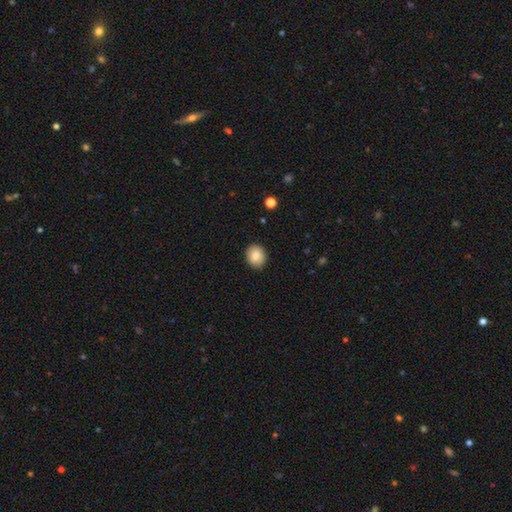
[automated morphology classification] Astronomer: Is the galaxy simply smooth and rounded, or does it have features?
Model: smooth — 85%.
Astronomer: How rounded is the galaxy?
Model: round — 60% (runner-up: in between, 39%).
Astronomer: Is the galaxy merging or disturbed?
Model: none — 89%.